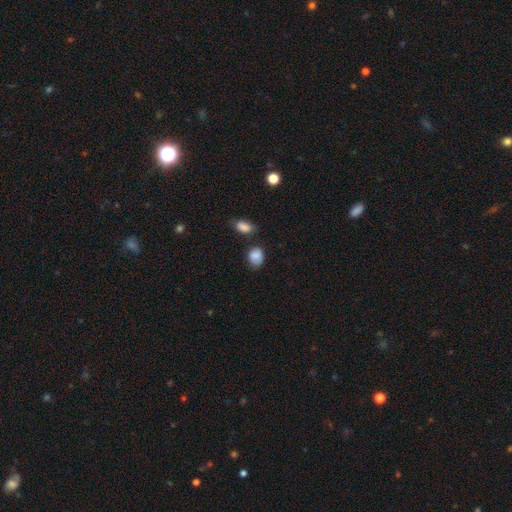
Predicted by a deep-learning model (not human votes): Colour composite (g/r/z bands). It shows a smooth galaxy with no disk features (86%) that is in between round and cigar-shaped (58%). Merging: none (63%).